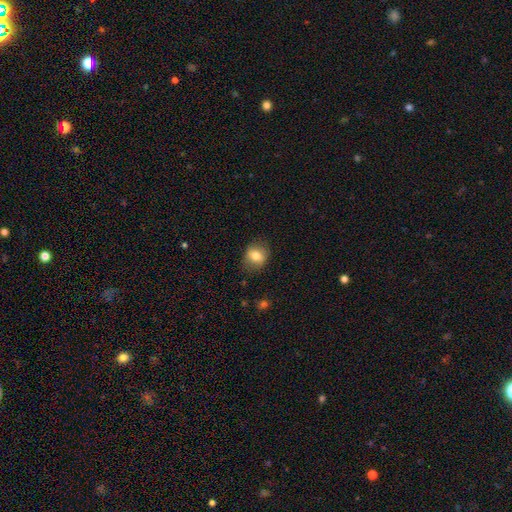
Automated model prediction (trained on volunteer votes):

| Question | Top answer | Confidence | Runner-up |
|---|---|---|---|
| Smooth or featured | smooth | 77% | featured or disk (14%) |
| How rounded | round | 56% | in between (43%) |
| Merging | none | 81% | minor disturbance (14%) |